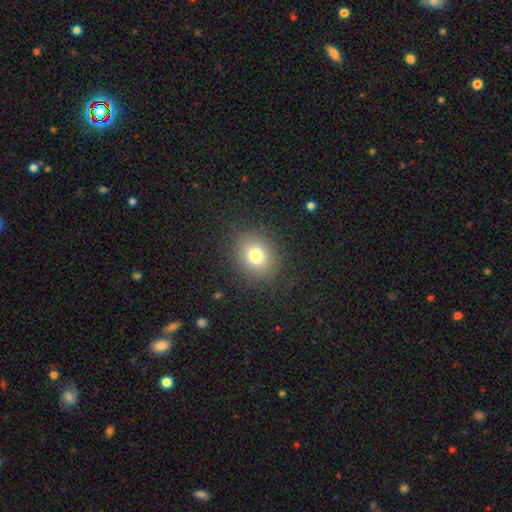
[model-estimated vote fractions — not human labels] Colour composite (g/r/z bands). It shows a smooth galaxy with no disk features (77%) that is round (61%). Merging: none (87%).